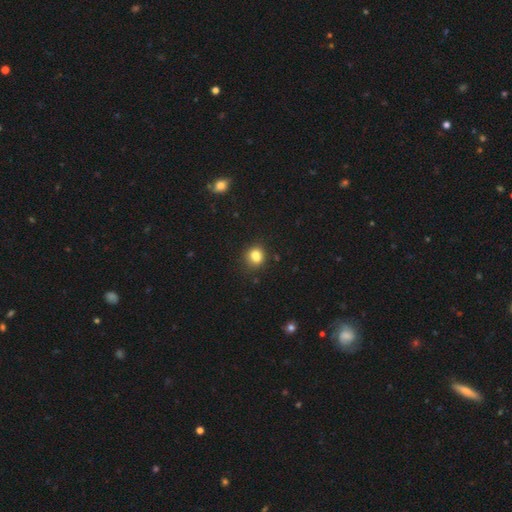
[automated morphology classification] A smooth galaxy with no disk features (79%) that is round (63%). Merging: none (62%).